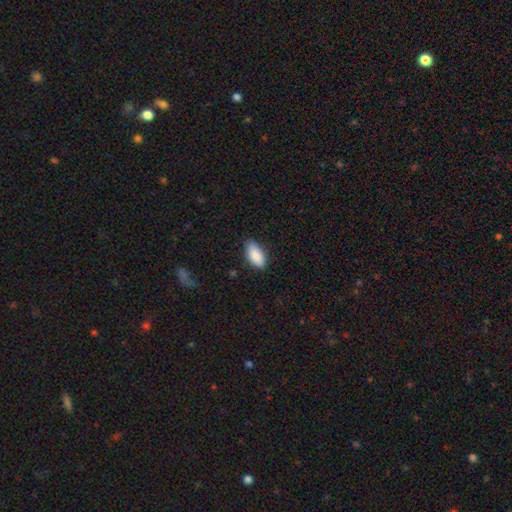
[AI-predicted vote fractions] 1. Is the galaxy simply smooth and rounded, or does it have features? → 88% smooth, 6% star or artifact, 6% featured or disk.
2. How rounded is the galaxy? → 90% in between, 8% cigar-shaped, 2% round.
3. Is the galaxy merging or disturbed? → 81% none, 15% minor disturbance, 2% major disturbance, 1% merger.